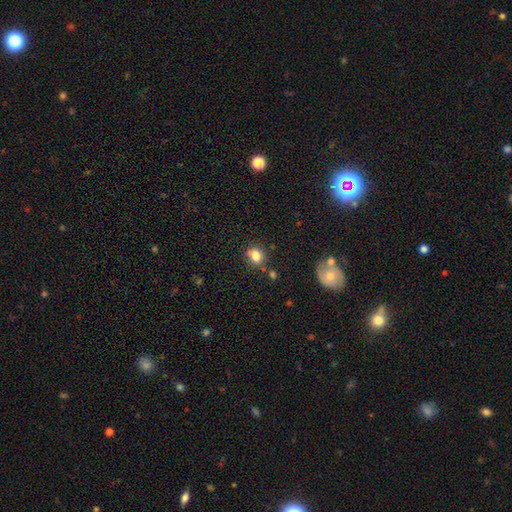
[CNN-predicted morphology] A smooth galaxy with no disk features (80%) that is round (63%). Merging: none (64%).